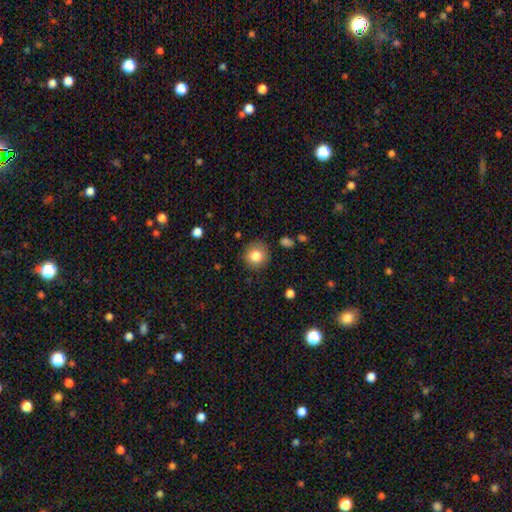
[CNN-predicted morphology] Smooth or featured? smooth (83%)
How rounded? round (89%)
Merging? none (84%)